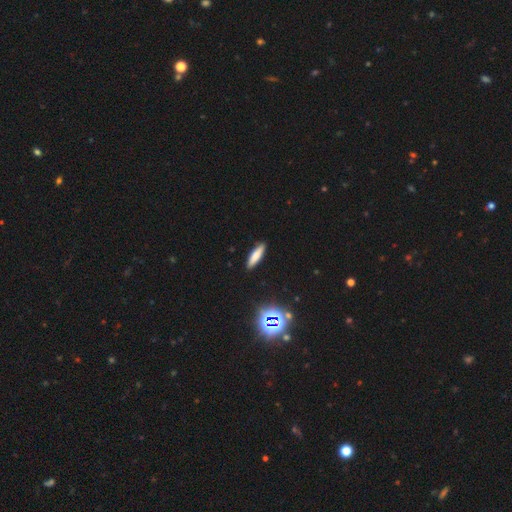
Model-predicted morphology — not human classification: Smooth or featured? smooth (72%)
How rounded? cigar-shaped (68%)
Merging? none (90%)